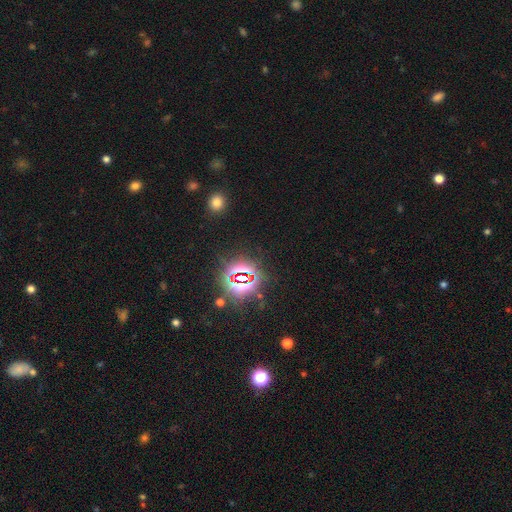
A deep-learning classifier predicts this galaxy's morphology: A star or artifact, not a galaxy (81%).

Vote fractions:
- Smooth or featured? star or artifact: 81% / smooth: 12% / featured or disk: 7%